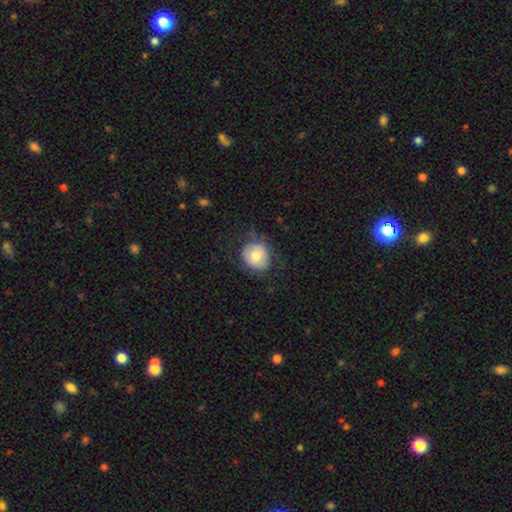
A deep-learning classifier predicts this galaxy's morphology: Smooth or featured? smooth (69%)
How rounded? round (76%)
Merging? none (63%)